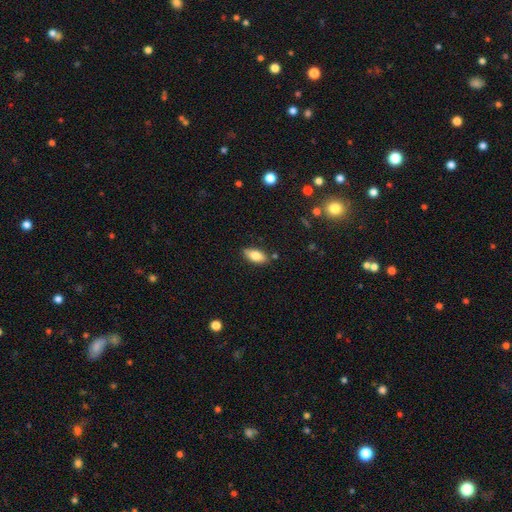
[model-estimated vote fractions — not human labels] Q: Smooth or featured?
A: smooth (79%); runner-up: featured or disk (13%)
Q: How rounded?
A: in between (88%); runner-up: cigar-shaped (10%)
Q: Merging?
A: none (82%); runner-up: minor disturbance (13%)